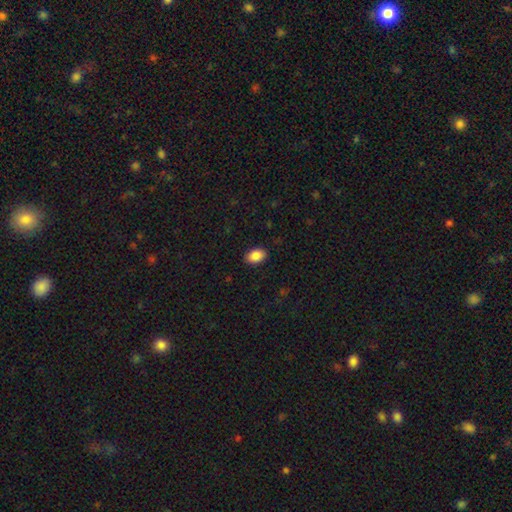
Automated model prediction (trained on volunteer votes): This is clearly a smooth galaxy (88%). How rounded: clearly in between (89%). Merging: clearly none (89%).